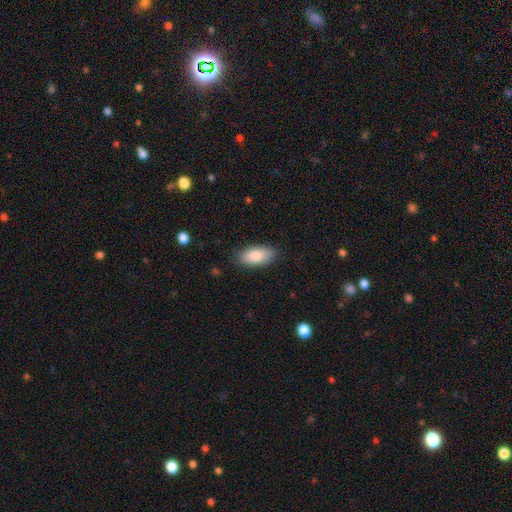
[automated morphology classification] smooth_or_featured: smooth (p=0.86) [alt: featured or disk p=0.08]
how_rounded: in between (p=0.90) [alt: cigar-shaped p=0.07]
merging: none (p=0.84) [alt: minor disturbance p=0.12]